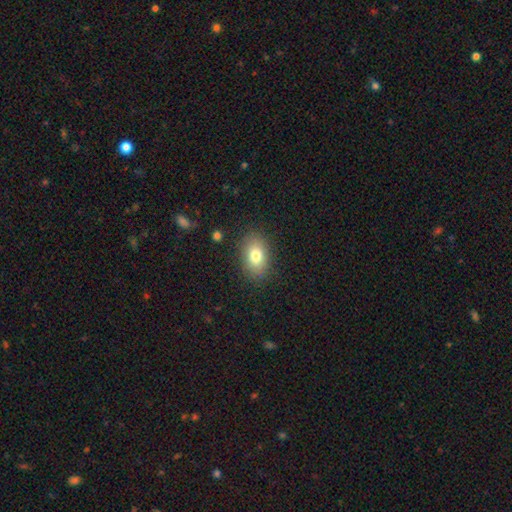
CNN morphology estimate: Smooth or featured? smooth (79%)
How rounded? in between (84%)
Merging? none (85%)